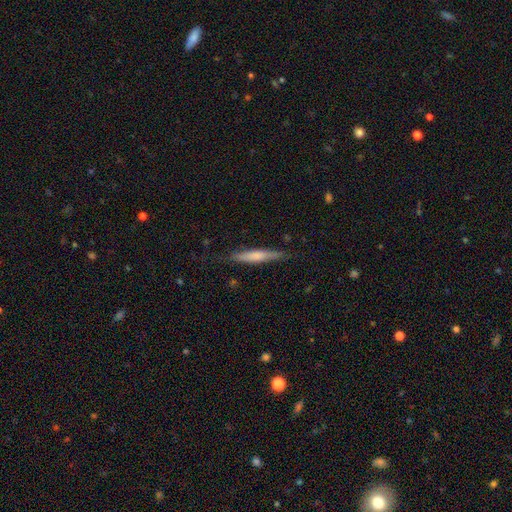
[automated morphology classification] smooth 60%, featured or disk 34%, star or artifact 6%. Down the decision tree: how rounded — cigar-shaped (93%); merging — none (83%).